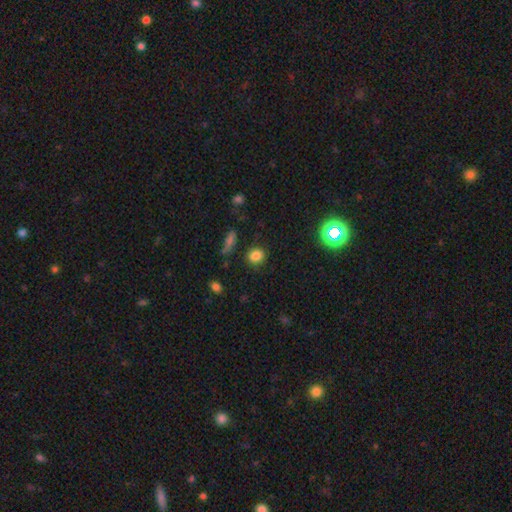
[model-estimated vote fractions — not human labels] Smooth or featured?
  - smooth: 82% *
  - star or artifact: 12%
  - featured or disk: 6%
How rounded?
  - round: 65% *
  - in between: 33%
  - cigar-shaped: 2%
Merging?
  - none: 85% *
  - minor disturbance: 10%
  - major disturbance: 3%
  - merger: 2%